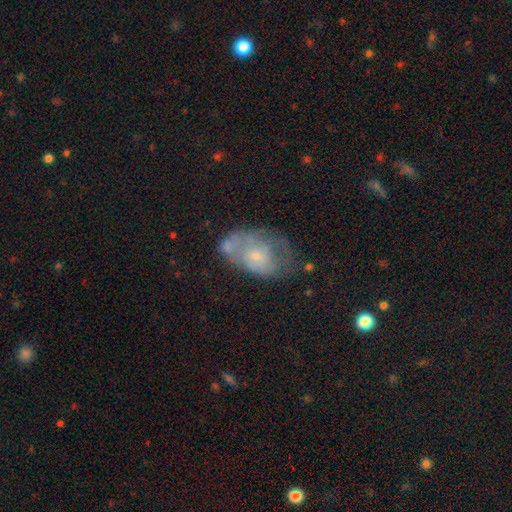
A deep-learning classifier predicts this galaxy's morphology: Smooth or featured?
  - featured or disk: 49% *
  - smooth: 42%
  - star or artifact: 9%
Merging?
  - none: 35% *
  - minor disturbance: 29%
  - major disturbance: 22%
  - merger: 14%